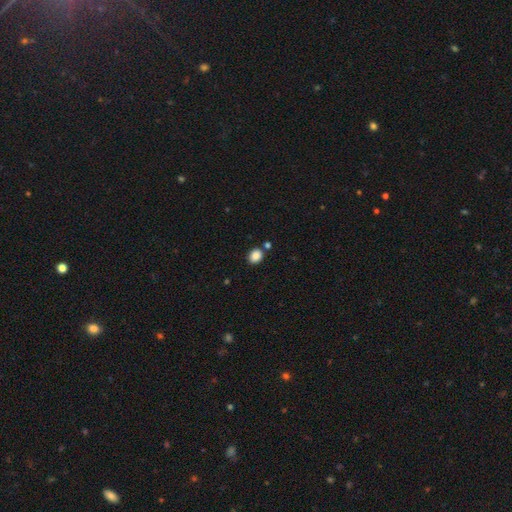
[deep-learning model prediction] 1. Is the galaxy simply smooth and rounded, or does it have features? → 87% smooth, 10% star or artifact, 4% featured or disk.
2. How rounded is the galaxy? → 50% in between, 49% round, 1% cigar-shaped.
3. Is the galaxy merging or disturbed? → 78% none, 10% minor disturbance, 10% merger, 3% major disturbance.